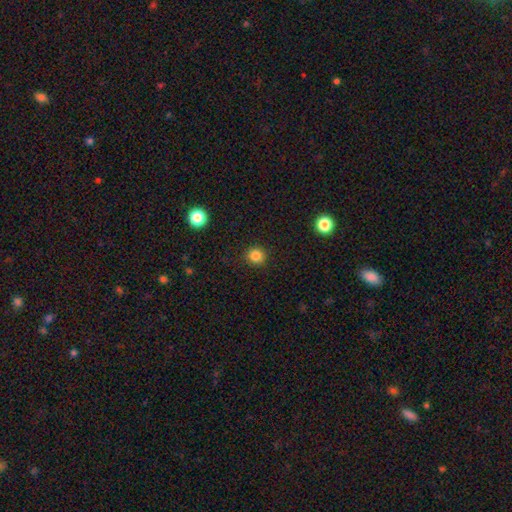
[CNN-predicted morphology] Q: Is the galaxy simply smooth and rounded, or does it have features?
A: smooth — 84%.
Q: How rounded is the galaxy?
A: round — 93%.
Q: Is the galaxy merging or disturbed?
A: none — 91%.